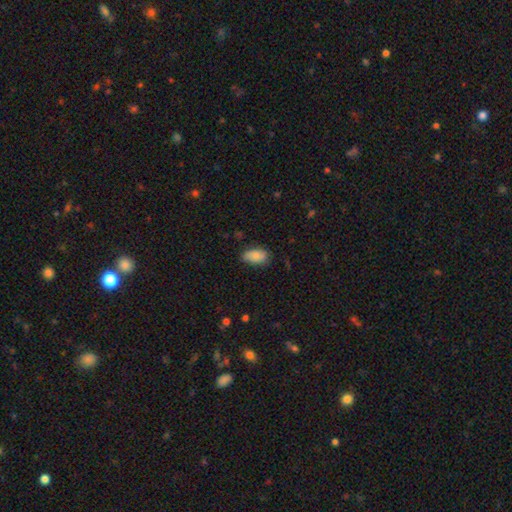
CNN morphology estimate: Smooth or featured?
  - smooth: 83% *
  - featured or disk: 10%
  - star or artifact: 7%
How rounded?
  - in between: 93% *
  - round: 5%
  - cigar-shaped: 2%
Merging?
  - none: 72% *
  - minor disturbance: 23%
  - major disturbance: 4%
  - merger: 1%